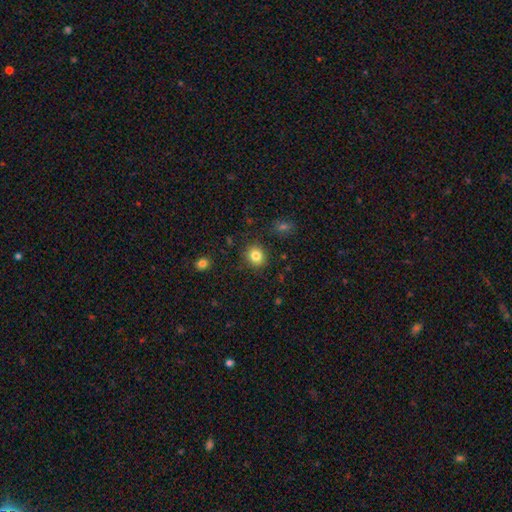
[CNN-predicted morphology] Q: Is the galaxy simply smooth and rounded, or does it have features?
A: smooth — 82%.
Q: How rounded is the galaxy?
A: round — 77%.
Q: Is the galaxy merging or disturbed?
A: none — 87%.